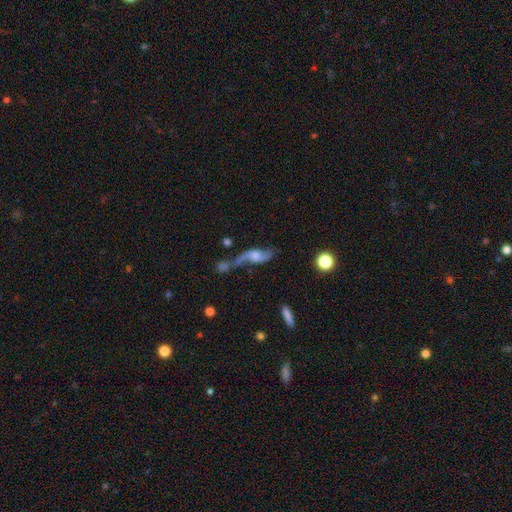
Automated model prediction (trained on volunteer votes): Smooth or featured? featured or disk (74%)
Edge-on disk? no (89%)
Bar? no (59%)
Spiral arms? yes (90%)
Spiral winding? loose (88%)
Spiral arm count? 2 (88%)
Bulge size? moderate (36%)
Merging? none (38%)